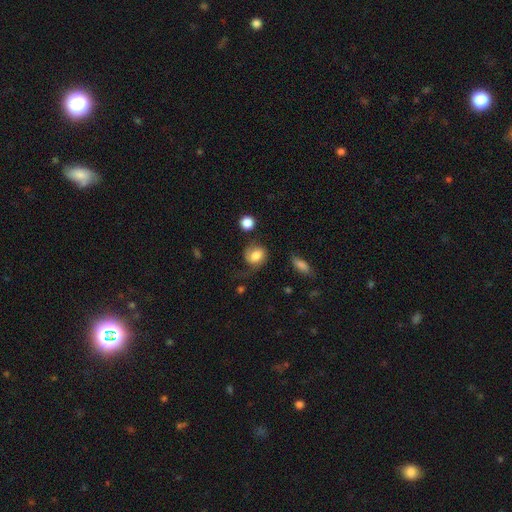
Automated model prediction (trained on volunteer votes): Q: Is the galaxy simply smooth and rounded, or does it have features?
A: smooth — 54%.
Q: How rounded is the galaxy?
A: round — 58%.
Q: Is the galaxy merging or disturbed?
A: none — 49%.